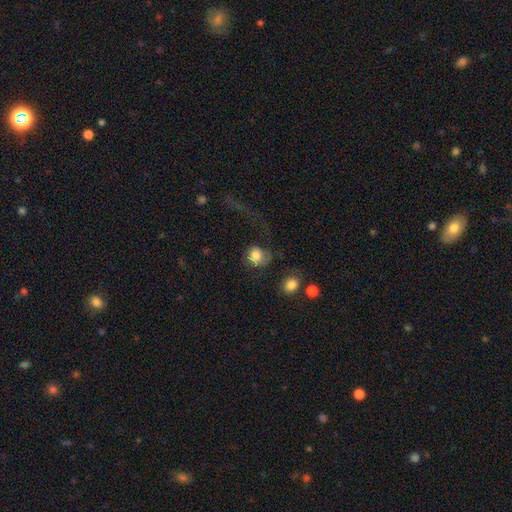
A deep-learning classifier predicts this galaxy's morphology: This is likely a smooth galaxy (75%). How rounded: likely round (77%). Merging: marginally major disturbance (39%).